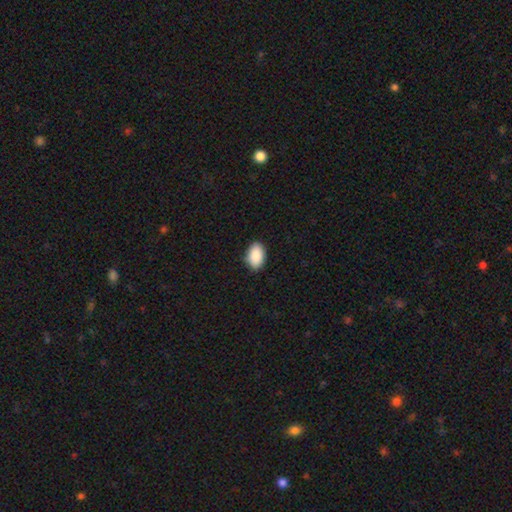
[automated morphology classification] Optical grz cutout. It shows a smooth galaxy with no disk features (90%) that is in between round and cigar-shaped (92%). Merging: none (87%).